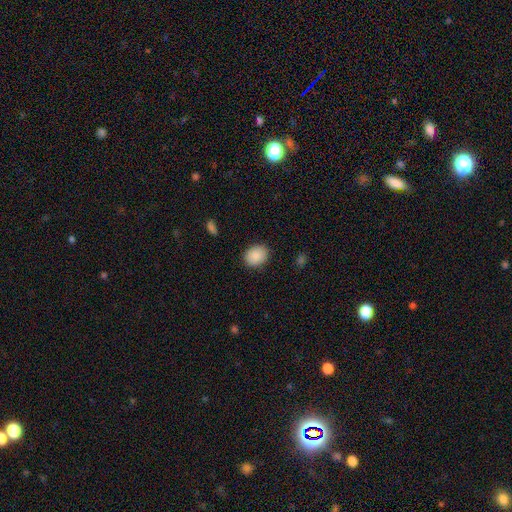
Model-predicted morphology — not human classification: Smooth or featured? smooth (89%)
How rounded? in between (53%)
Merging? none (88%)